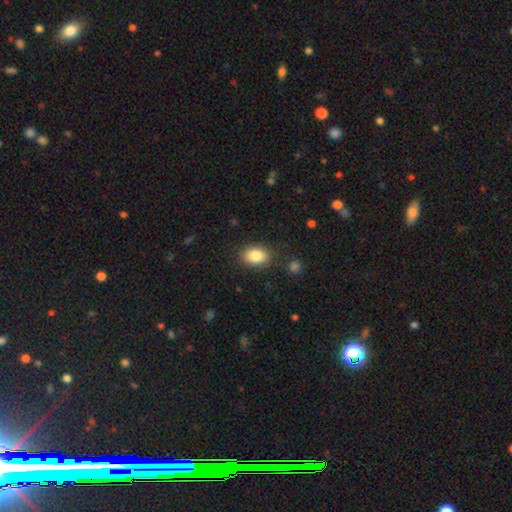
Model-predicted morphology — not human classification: smooth_or_featured: smooth (p=0.85) [alt: star or artifact p=0.08]
how_rounded: in between (p=0.77) [alt: round p=0.21]
merging: none (p=0.84) [alt: minor disturbance p=0.11]